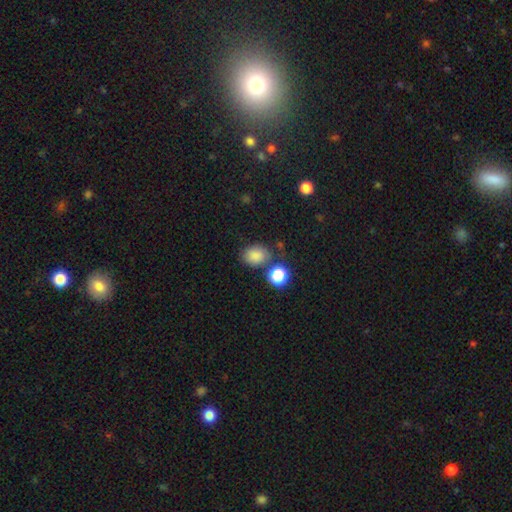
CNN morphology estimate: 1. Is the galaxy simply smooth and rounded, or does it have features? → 83% smooth, 11% star or artifact, 6% featured or disk.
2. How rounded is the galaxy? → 59% in between, 40% round, 1% cigar-shaped.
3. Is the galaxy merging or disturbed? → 68% none, 16% minor disturbance, 11% merger, 5% major disturbance.